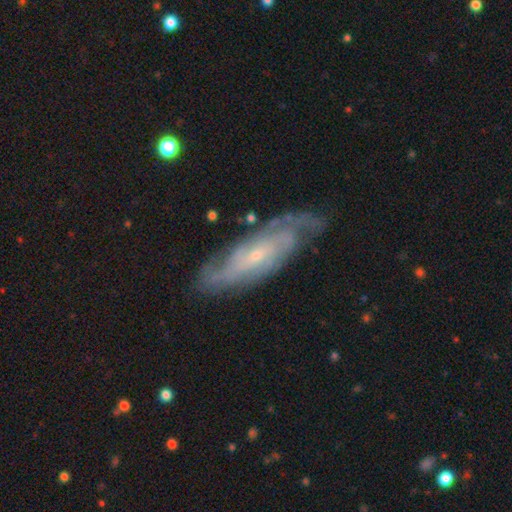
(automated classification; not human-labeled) featured or disk 84%, smooth 10%, star or artifact 5%. Down the decision tree: edge-on disk — no (85%); bar — no (57%); spiral arms — yes (95%); spiral arm count — 2 (33%, tied with can't tell); spiral winding — tight (55%); bulge size — small (80%); merging — none (75%).